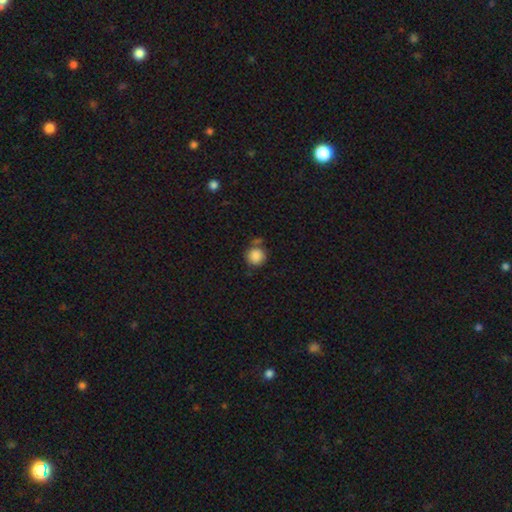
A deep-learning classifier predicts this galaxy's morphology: A smooth galaxy with no disk features (87%) that is round (93%).

Vote fractions:
- Smooth or featured? smooth: 87% / star or artifact: 9% / featured or disk: 4%
- How rounded? round: 93% / in between: 6% / cigar-shaped: 1%
- Merging? none: 68% / minor disturbance: 14% / merger: 13% / major disturbance: 5%